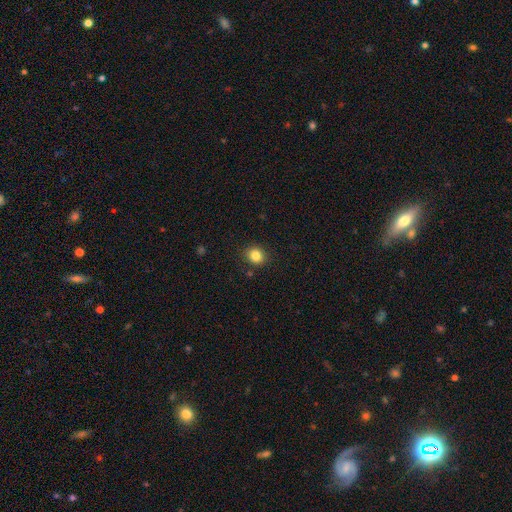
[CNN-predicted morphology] Q: Smooth or featured?
A: smooth (83%); runner-up: star or artifact (11%)
Q: How rounded?
A: round (79%); runner-up: in between (20%)
Q: Merging?
A: none (88%); runner-up: minor disturbance (8%)